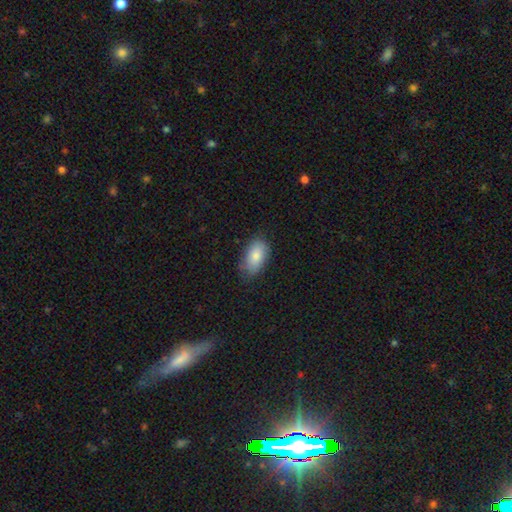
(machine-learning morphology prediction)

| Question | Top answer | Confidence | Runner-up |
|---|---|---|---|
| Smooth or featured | smooth | 81% | featured or disk (13%) |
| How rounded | in between | 92% | round (5%) |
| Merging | none | 71% | minor disturbance (23%) |